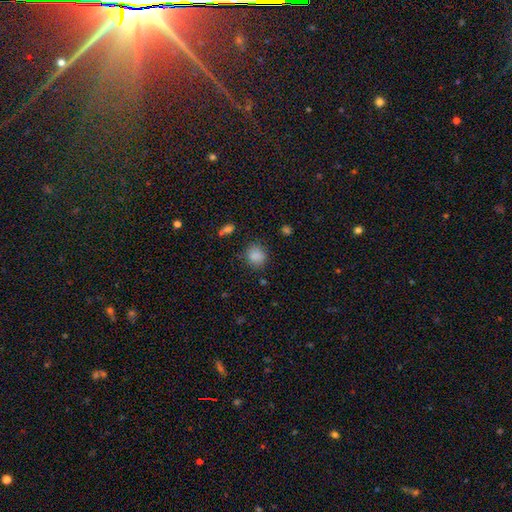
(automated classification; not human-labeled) This is clearly a smooth galaxy (85%). How rounded: likely round (75%). Merging: likely none (79%).